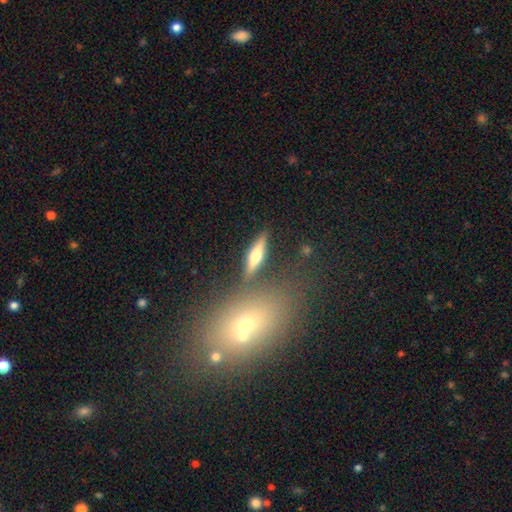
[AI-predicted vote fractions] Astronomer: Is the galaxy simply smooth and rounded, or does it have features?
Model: featured or disk — 48% (runner-up: smooth, 44%).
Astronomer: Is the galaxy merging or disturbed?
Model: none — 81%.